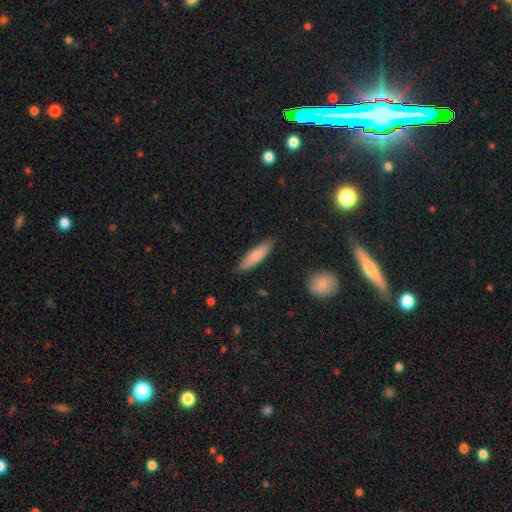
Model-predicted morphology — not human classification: Overall: smooth (81%). How rounded: cigar-shaped (73%). Merging: none (87%).